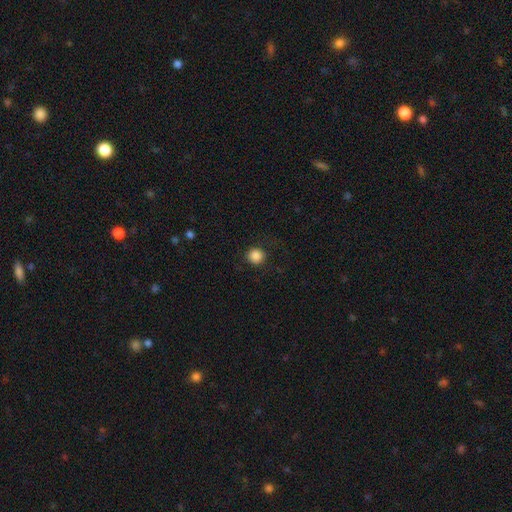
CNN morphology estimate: Smooth or featured? smooth (87%)
How rounded? round (94%)
Merging? none (87%)